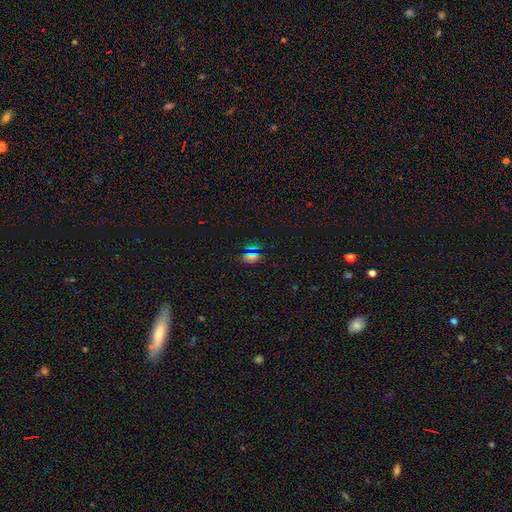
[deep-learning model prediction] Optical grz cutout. It shows a smooth galaxy with no disk features (53%) that is in between round and cigar-shaped (67%). Merging: none (73%).